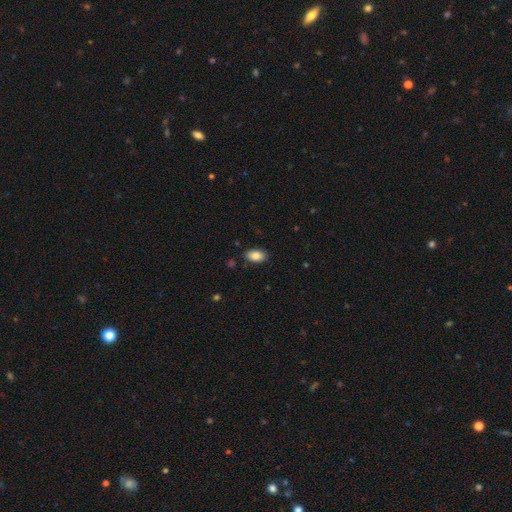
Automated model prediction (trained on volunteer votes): smooth-or-featured: smooth: 85% | featured or disk: 8% | star or artifact: 8%
  how-rounded: in between: 91% | round: 7% | cigar-shaped: 2%
  merging: none: 86% | minor disturbance: 10% | major disturbance: 2% | merger: 2%